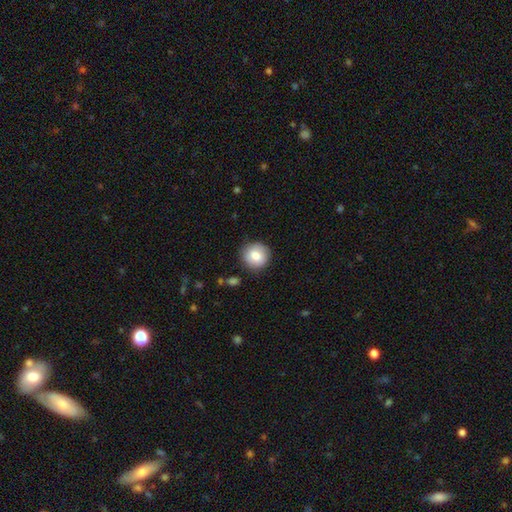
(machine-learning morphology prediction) smooth 83%, featured or disk 10%, star or artifact 8%. Down the decision tree: how rounded — round (91%); merging — none (87%).